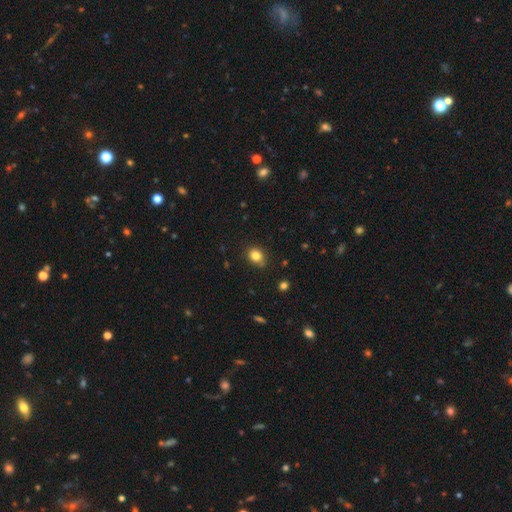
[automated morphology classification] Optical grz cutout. It shows a smooth galaxy with no disk features (82%) that is round (57%). Merging: none (78%).